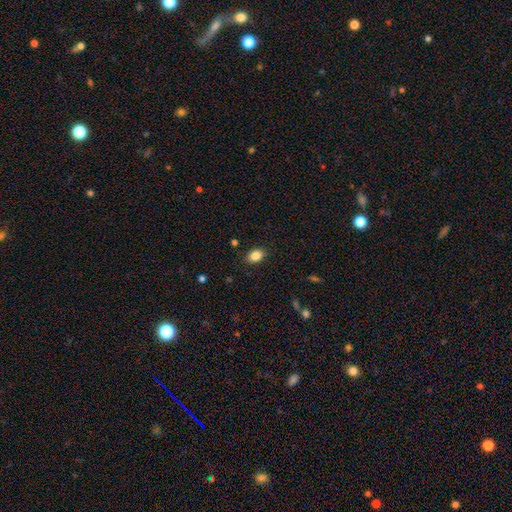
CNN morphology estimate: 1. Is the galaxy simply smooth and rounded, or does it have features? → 85% smooth, 9% star or artifact, 5% featured or disk.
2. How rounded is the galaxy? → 77% in between, 22% round, 1% cigar-shaped.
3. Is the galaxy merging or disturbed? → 87% none, 9% minor disturbance, 2% major disturbance, 1% merger.